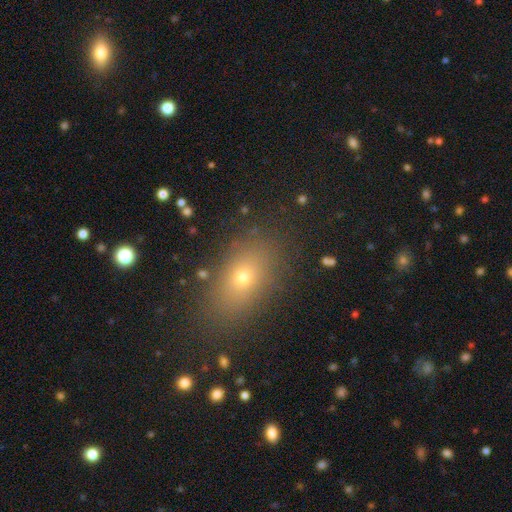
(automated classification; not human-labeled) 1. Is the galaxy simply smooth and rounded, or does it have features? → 67% smooth, 19% star or artifact, 14% featured or disk.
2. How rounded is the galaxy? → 77% in between, 20% round, 3% cigar-shaped.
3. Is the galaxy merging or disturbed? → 85% none, 9% minor disturbance, 4% major disturbance, 2% merger.